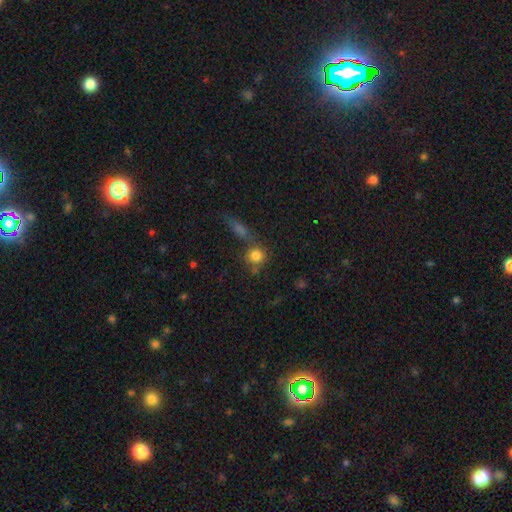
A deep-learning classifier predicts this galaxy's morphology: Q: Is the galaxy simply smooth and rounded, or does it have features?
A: smooth — 79%.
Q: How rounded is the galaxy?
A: round — 86%.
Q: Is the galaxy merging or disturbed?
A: none — 59%.